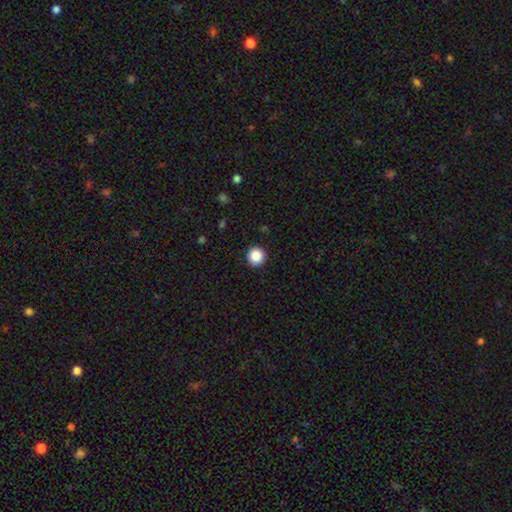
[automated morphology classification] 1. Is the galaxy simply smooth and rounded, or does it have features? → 87% smooth, 10% star or artifact, 3% featured or disk.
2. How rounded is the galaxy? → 96% round, 3% in between, 1% cigar-shaped.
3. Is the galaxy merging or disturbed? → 93% none, 5% minor disturbance, 2% major disturbance, 1% merger.